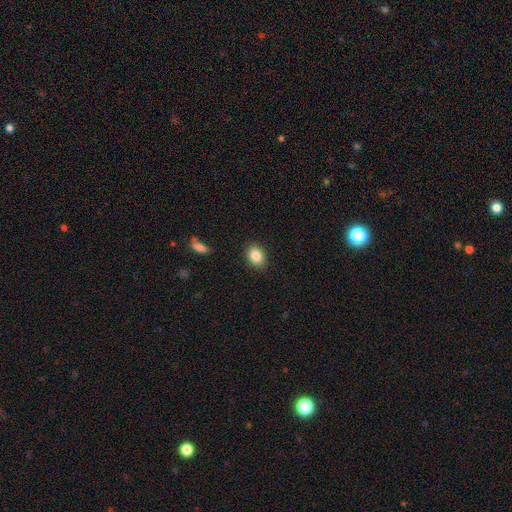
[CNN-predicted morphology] Smooth or featured: smooth — 86% (star or artifact — 8%)
How rounded: in between — 73% (round — 25%)
Merging: none — 87% (minor disturbance — 9%)